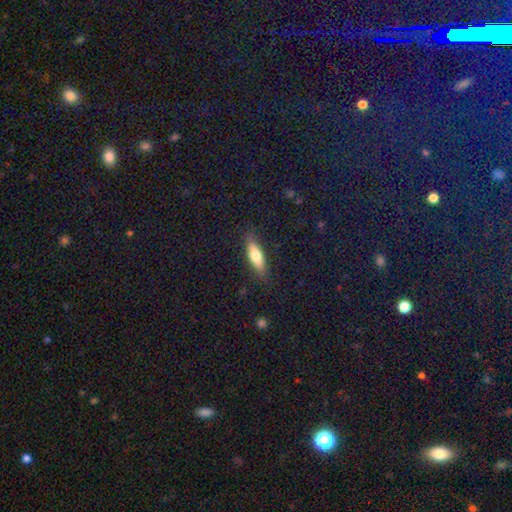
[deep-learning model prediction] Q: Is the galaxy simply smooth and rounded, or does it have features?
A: smooth — 67%.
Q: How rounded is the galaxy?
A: cigar-shaped — 51%.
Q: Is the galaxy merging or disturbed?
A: none — 85%.